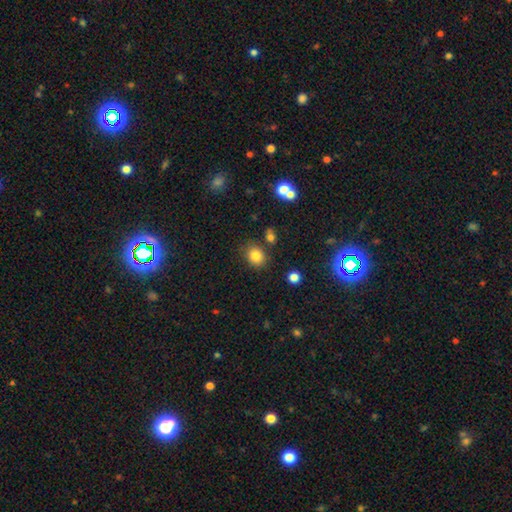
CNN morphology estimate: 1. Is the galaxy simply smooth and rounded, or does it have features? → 82% smooth, 12% star or artifact, 6% featured or disk.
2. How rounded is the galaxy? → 63% round, 36% in between, 1% cigar-shaped.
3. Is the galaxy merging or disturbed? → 78% none, 13% minor disturbance, 6% merger, 4% major disturbance.